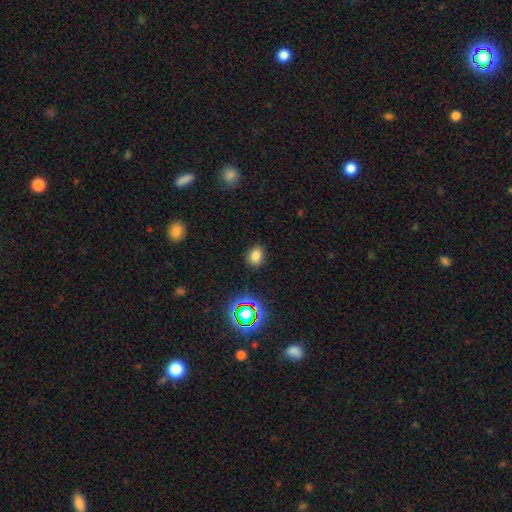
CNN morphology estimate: This appears to be a smooth galaxy with no disk features (76%) that is in between round and cigar-shaped (55%). Merging: none (86%).